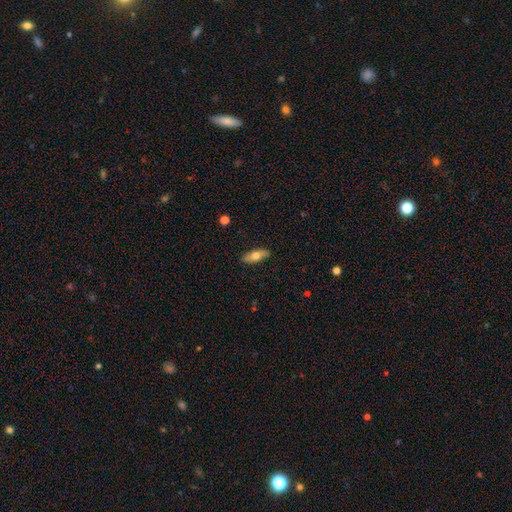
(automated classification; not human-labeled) A smooth galaxy with no disk features (64%) that is in between round and cigar-shaped (69%).

Vote fractions:
- Smooth or featured? smooth: 64% / featured or disk: 30% / star or artifact: 6%
- How rounded? in between: 69% / cigar-shaped: 28% / round: 3%
- Merging? none: 88% / minor disturbance: 9% / major disturbance: 2% / merger: 1%